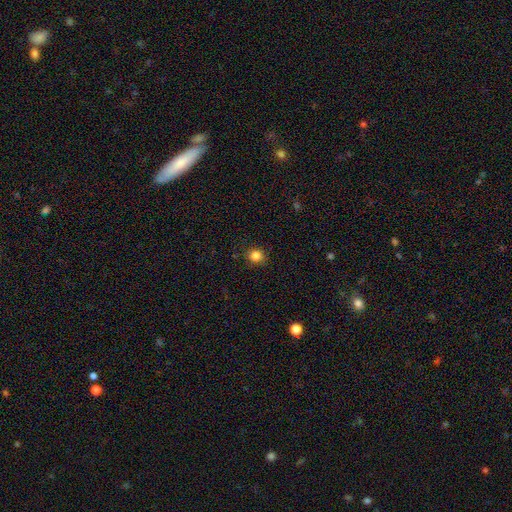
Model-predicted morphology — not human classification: Smooth or featured? smooth (83%)
How rounded? round (84%)
Merging? none (88%)